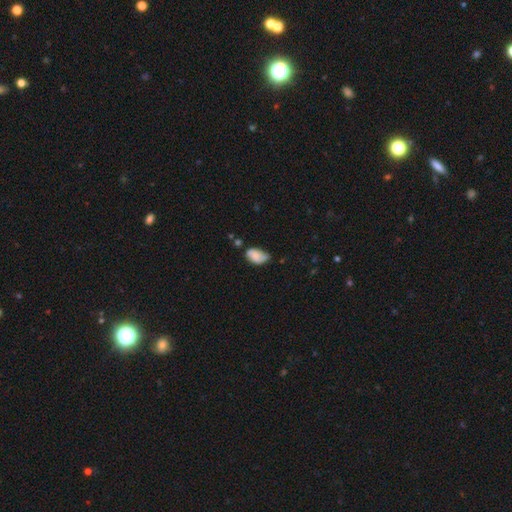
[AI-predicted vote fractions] A smooth galaxy with no disk features (71%) that is in between round and cigar-shaped (90%).

Vote fractions:
- Smooth or featured? smooth: 71% / featured or disk: 21% / star or artifact: 9%
- How rounded? in between: 90% / round: 8% / cigar-shaped: 2%
- Merging? none: 42% / minor disturbance: 39% / major disturbance: 11% / merger: 8%